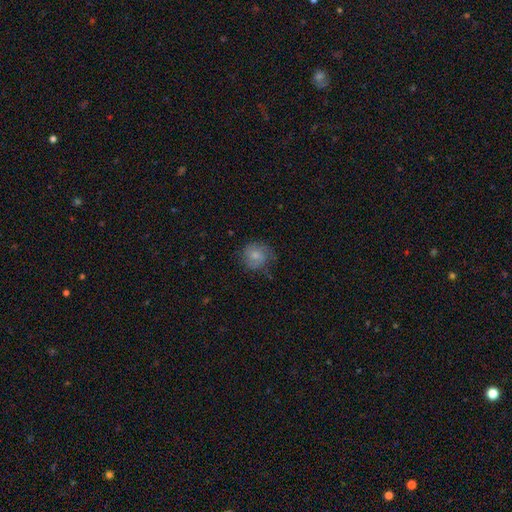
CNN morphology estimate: Smooth or featured? Predicted: smooth (p=0.66). How rounded? Predicted: round (p=0.85). Merging? Predicted: none (p=0.67).